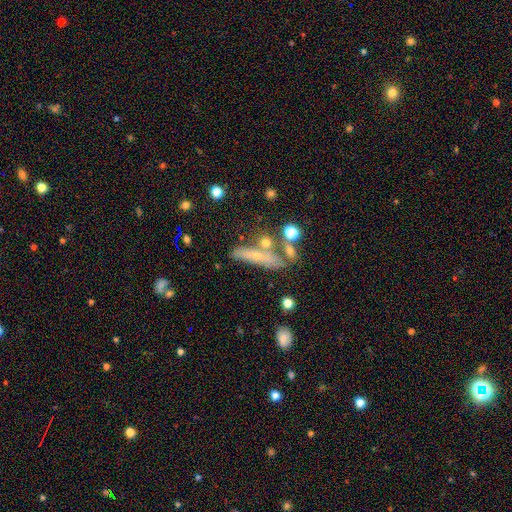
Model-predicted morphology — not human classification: Overall: smooth (49%; featured or disk 40%). Merging: none (51%; merger 22%).